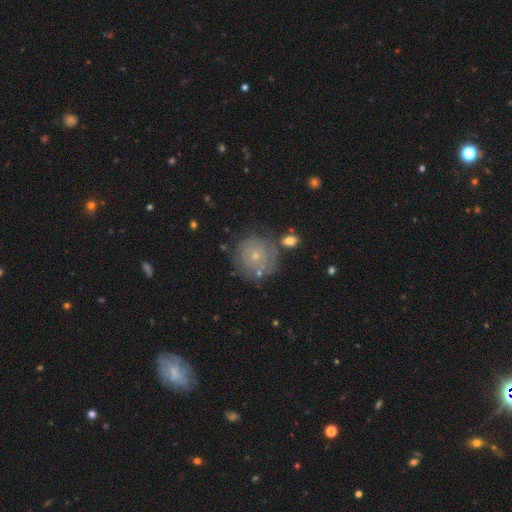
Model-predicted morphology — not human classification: smooth 47%, featured or disk 42%, star or artifact 11%. Down the decision tree: merging — none (70%).